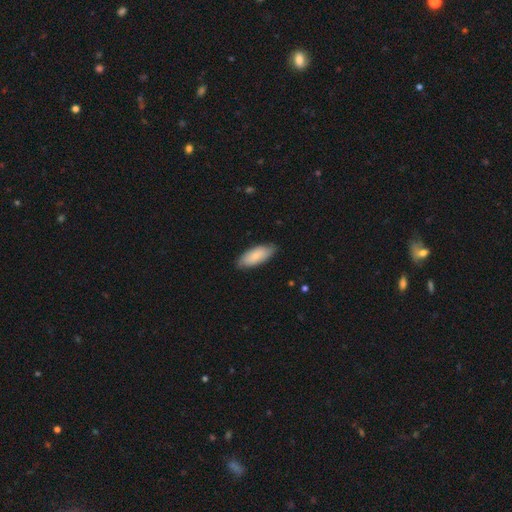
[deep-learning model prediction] smooth-or-featured: smooth: 81% | featured or disk: 14% | star or artifact: 5%
  how-rounded: in between: 81% | cigar-shaped: 17% | round: 2%
  merging: none: 83% | minor disturbance: 14% | major disturbance: 2% | merger: 1%